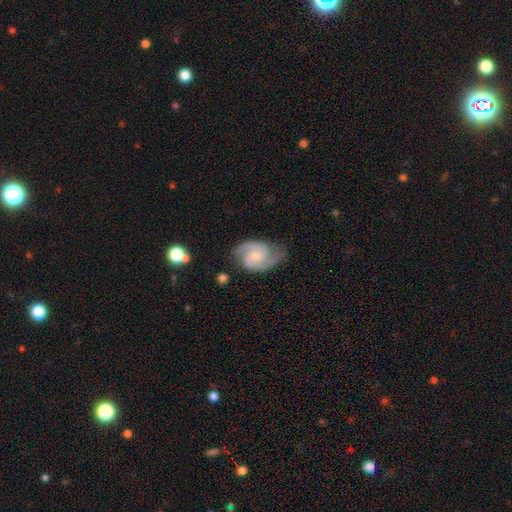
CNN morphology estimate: Overall: featured or disk (89%). Edge-on disk: no (98%). Bar: no (57%; weak 37%). Spiral arms: yes (98%). Spiral arm count: 2 (92%). Spiral winding: medium (53%; tight 38%). Bulge size: moderate (49%; small 42%). Merging: none (75%).